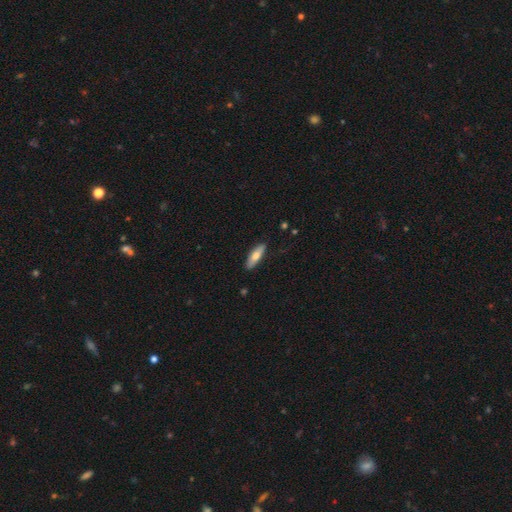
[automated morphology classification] Overall: smooth (64%; featured or disk 30%). How rounded: cigar-shaped (56%; in between 42%). Merging: none (88%).